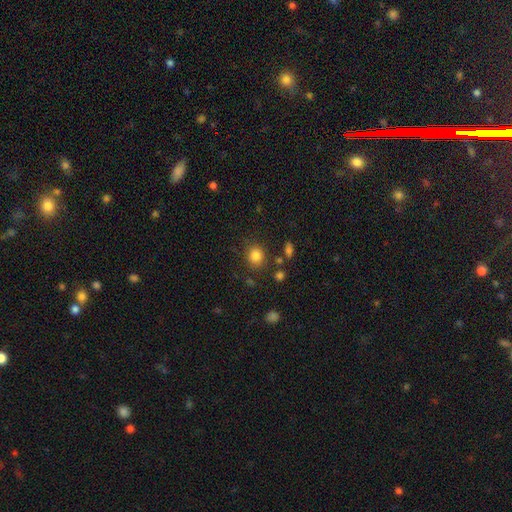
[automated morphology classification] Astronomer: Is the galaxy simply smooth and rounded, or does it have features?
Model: smooth — 83%.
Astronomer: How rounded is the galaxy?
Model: round — 75%.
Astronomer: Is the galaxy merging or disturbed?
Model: none — 81%.